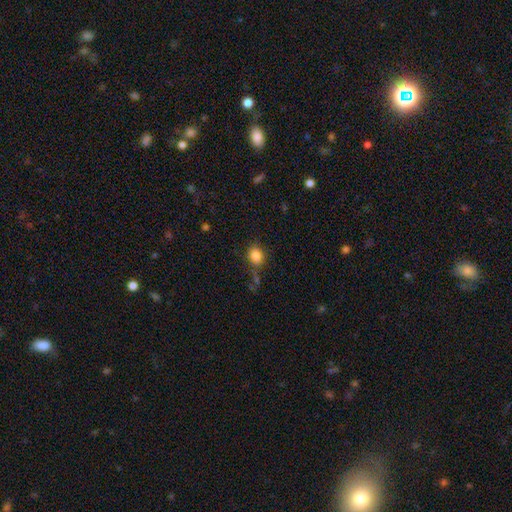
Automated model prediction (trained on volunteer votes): A smooth galaxy with no disk features (85%) that is in between round and cigar-shaped (52%). Merging: none (71%).